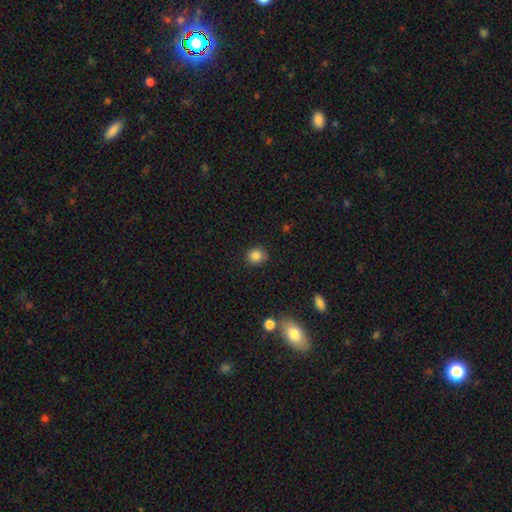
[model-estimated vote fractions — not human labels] smooth_or_featured: smooth (p=0.85) [alt: star or artifact p=0.11]
how_rounded: round (p=0.79) [alt: in between p=0.20]
merging: none (p=0.79) [alt: minor disturbance p=0.16]